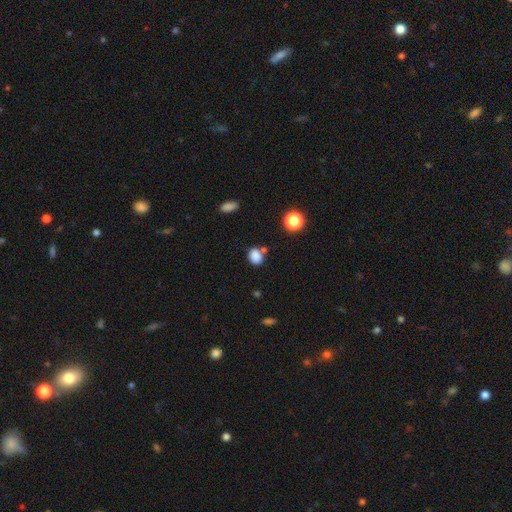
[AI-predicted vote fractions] smooth 83%, star or artifact 12%, featured or disk 5%. Down the decision tree: how rounded — in between (55%); merging — none (64%).